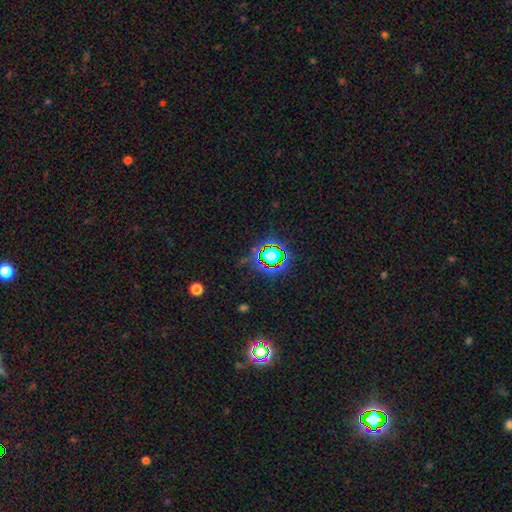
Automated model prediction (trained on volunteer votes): A star or artifact, not a galaxy (78%).

Vote fractions:
- Smooth or featured? star or artifact: 78% / smooth: 14% / featured or disk: 9%